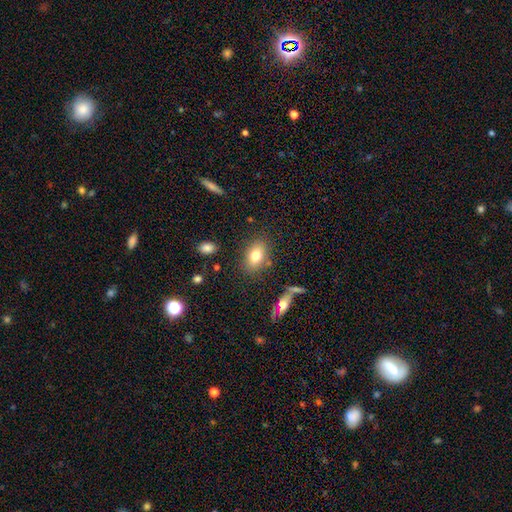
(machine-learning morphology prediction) Overall: smooth (77%). How rounded: in between (84%). Merging: none (80%).